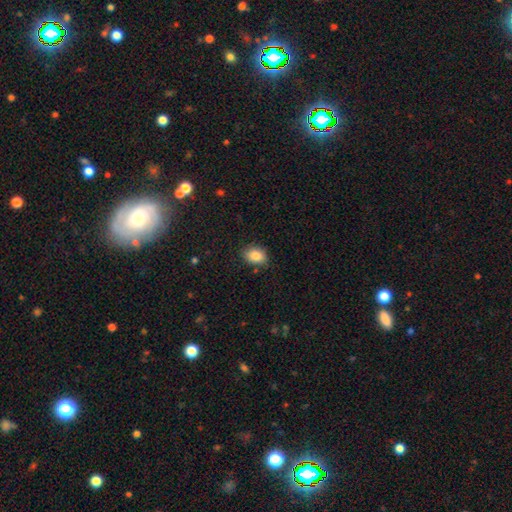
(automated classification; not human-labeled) smooth_or_featured: smooth (p=0.86) [alt: star or artifact p=0.09]
how_rounded: in between (p=0.68) [alt: round p=0.31]
merging: none (p=0.81) [alt: minor disturbance p=0.14]